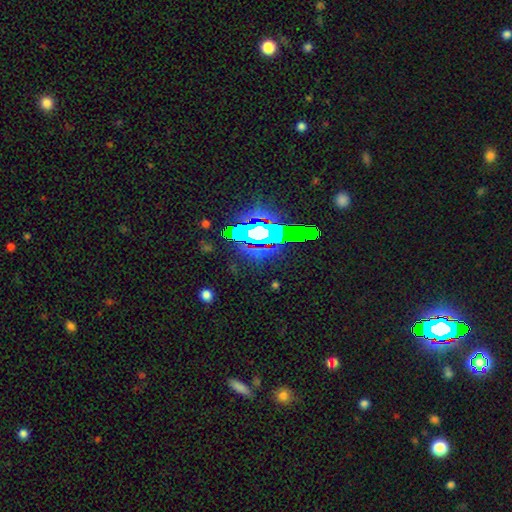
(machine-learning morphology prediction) The model was most divided on "smooth or featured": star or artifact: 71%, smooth: 15%, featured or disk: 14%.